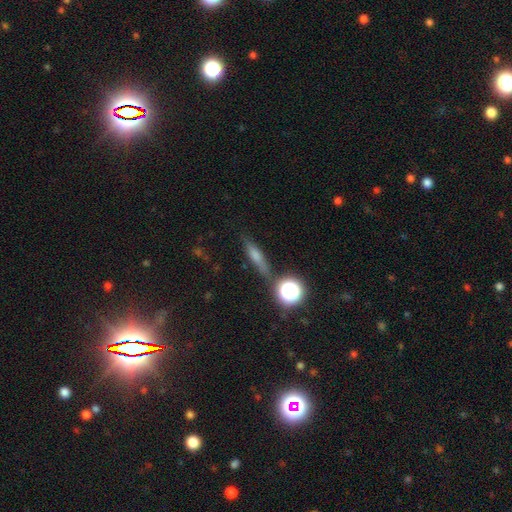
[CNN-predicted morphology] This is possibly a smooth galaxy (48%). Merging: likely none (79%).